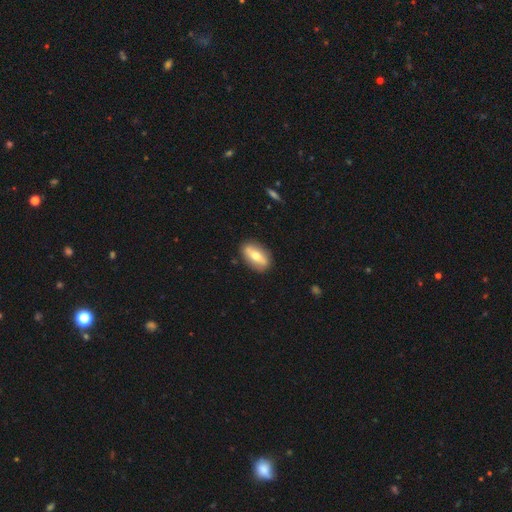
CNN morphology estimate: A smooth galaxy with no disk features (54%) that is in between round and cigar-shaped (84%).

Vote fractions:
- Smooth or featured? smooth: 54% / featured or disk: 40% / star or artifact: 6%
- How rounded? in between: 84% / cigar-shaped: 9% / round: 7%
- Merging? none: 86% / minor disturbance: 10% / major disturbance: 3% / merger: 1%